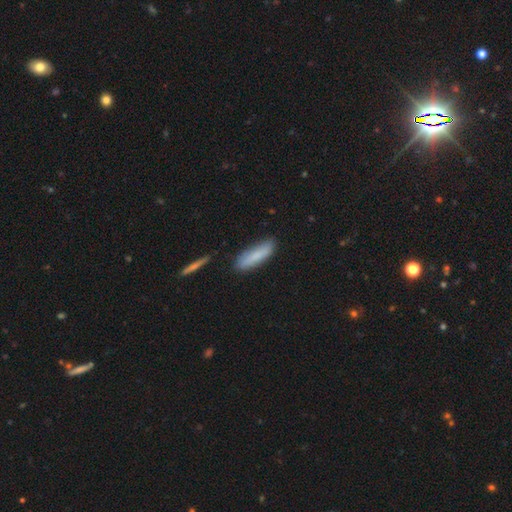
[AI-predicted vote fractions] The model was most divided on "how rounded": cigar-shaped: 65%, in between: 34%, round: 2%. More confident: smooth or featured — smooth (82%); merging — none (80%).